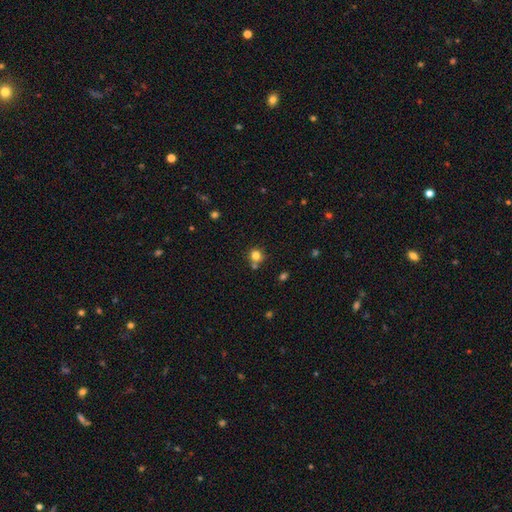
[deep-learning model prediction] Morphology: type=smooth (79%); roundness=round (89%); merging=none (66%).